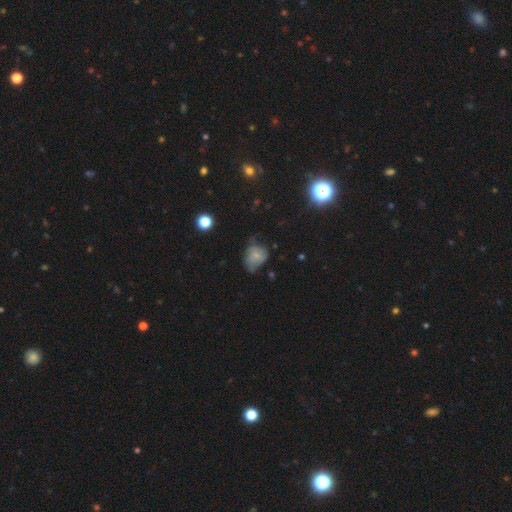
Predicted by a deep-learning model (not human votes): A smooth galaxy with no disk features (63%) that is in between round and cigar-shaped (55%). Merging: minor disturbance (40%).